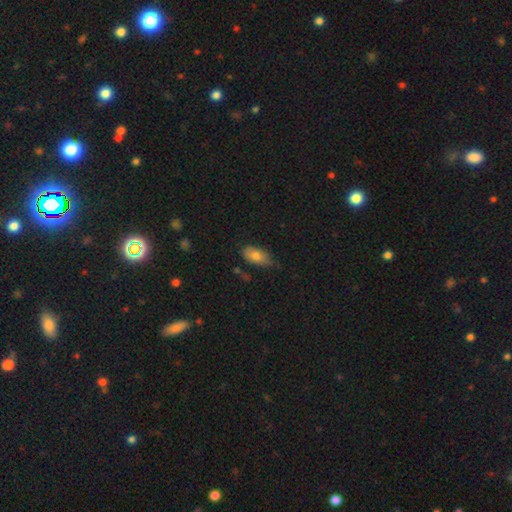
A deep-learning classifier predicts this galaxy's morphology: This is likely a smooth galaxy (79%). How rounded: clearly in between (90%). Merging: likely none (63%).